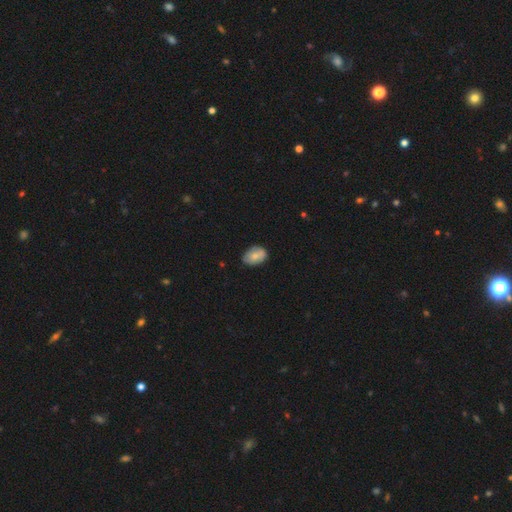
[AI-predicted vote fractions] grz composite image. It shows a smooth galaxy with no disk features (74%) that is in between round and cigar-shaped (83%). Merging: none (75%).